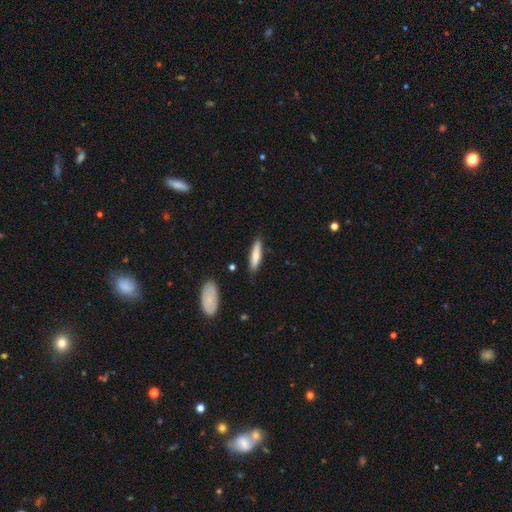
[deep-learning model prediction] This is likely a smooth galaxy (72%). How rounded: likely cigar-shaped (76%). Merging: clearly none (85%).